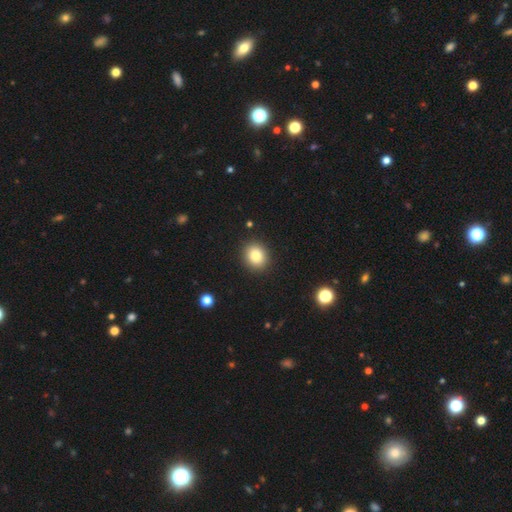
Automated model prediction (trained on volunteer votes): A smooth galaxy with no disk features (85%) that is round (66%).

Vote fractions:
- Smooth or featured? smooth: 85% / star or artifact: 10% / featured or disk: 6%
- How rounded? round: 66% / in between: 33% / cigar-shaped: 1%
- Merging? none: 90% / minor disturbance: 7% / major disturbance: 2% / merger: 1%